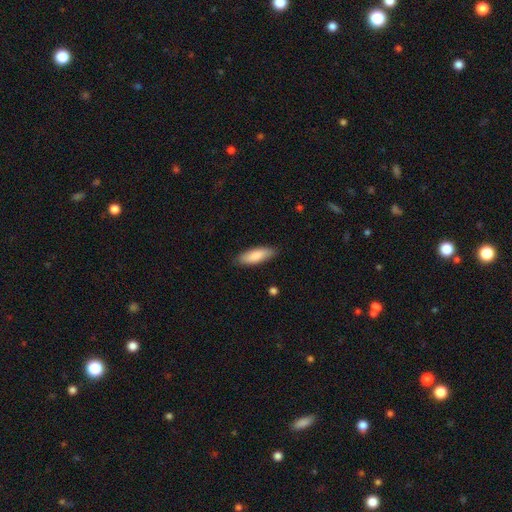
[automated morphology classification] smooth 84%, featured or disk 10%, star or artifact 6%. Down the decision tree: how rounded — in between (57%); merging — none (85%).